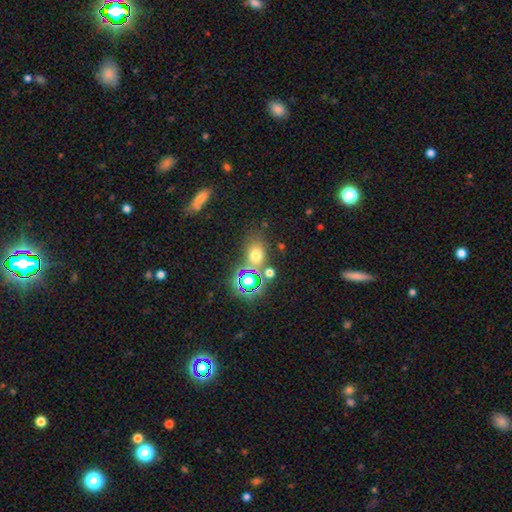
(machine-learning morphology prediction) Smooth or featured? Predicted: smooth (p=0.63). How rounded? Predicted: in between (p=0.58). Merging? Predicted: none (p=0.65).